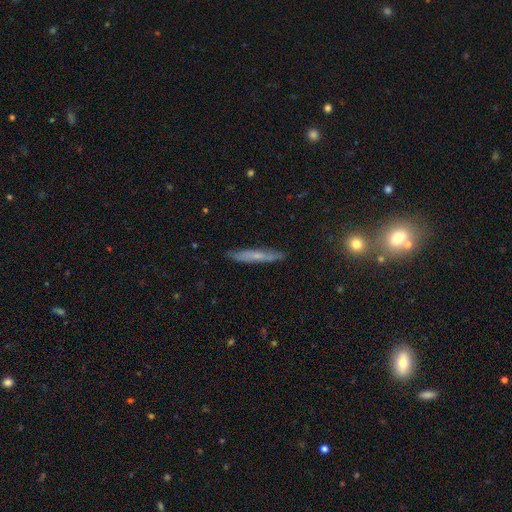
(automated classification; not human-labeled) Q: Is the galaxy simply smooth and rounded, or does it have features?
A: smooth — 51%.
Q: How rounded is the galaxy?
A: cigar-shaped — 94%.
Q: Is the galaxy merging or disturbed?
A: none — 86%.